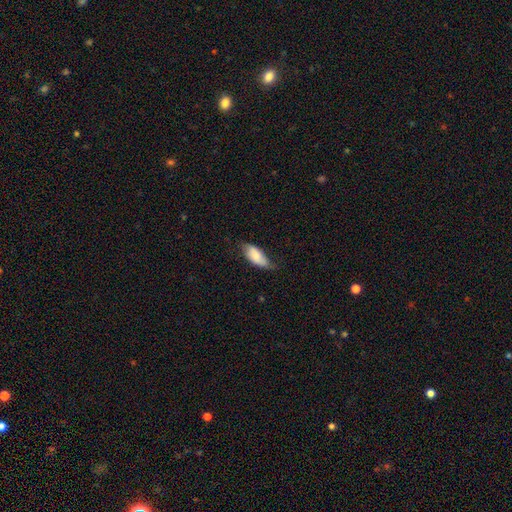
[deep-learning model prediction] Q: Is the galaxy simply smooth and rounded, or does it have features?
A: smooth — 72%.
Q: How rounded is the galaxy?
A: in between — 86%.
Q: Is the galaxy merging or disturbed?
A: none — 56%.